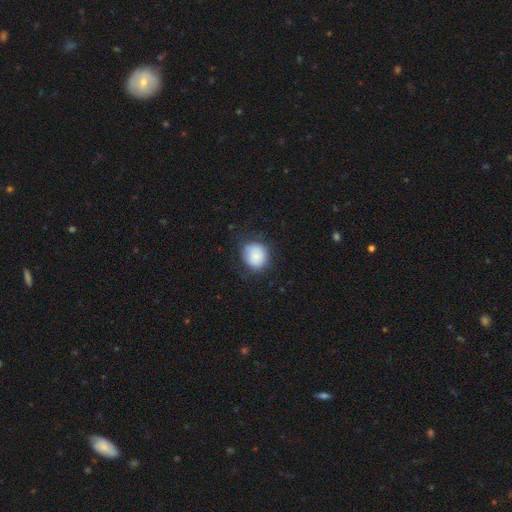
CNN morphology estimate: Overall: smooth (80%). How rounded: round (78%). Merging: none (66%).